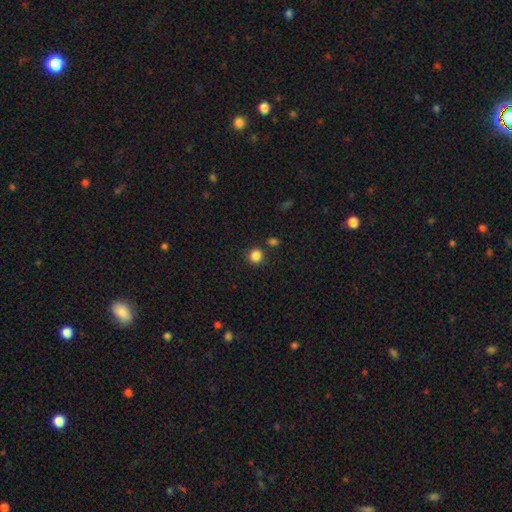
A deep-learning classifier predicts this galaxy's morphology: Smooth or featured? Predicted: smooth (p=0.85). How rounded? Predicted: round (p=0.92). Merging? Predicted: none (p=0.85).